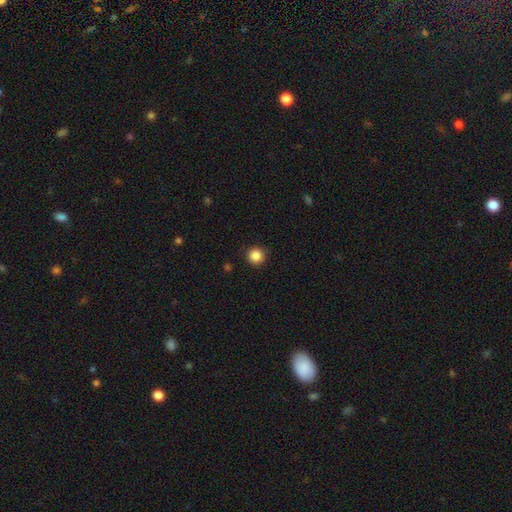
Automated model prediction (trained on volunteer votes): smooth 87%, star or artifact 10%, featured or disk 3%. Down the decision tree: how rounded — round (96%); merging — none (92%).